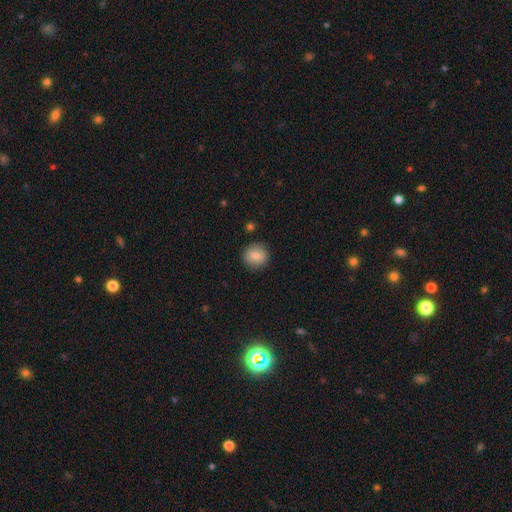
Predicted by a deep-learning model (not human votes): smooth_or_featured: smooth (p=0.83) [alt: featured or disk p=0.09]
how_rounded: round (p=0.91) [alt: in between p=0.08]
merging: none (p=0.90) [alt: minor disturbance p=0.07]